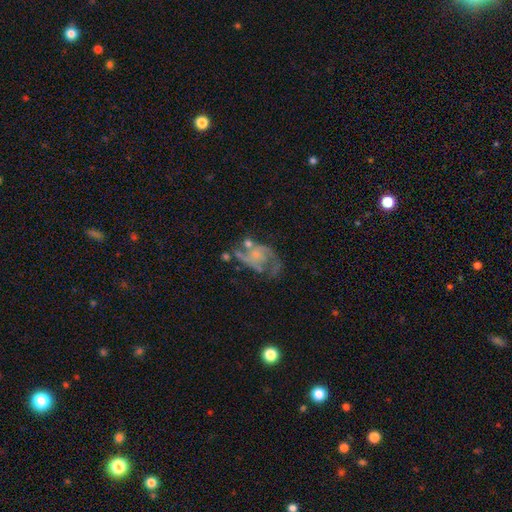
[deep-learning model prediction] Smooth or featured: featured or disk — 79% (smooth — 13%)
Edge-on disk: no — 98% (yes — 2%)
Bar: no — 74% (weak — 22%)
Spiral arms: yes — 83% (no — 17%)
Spiral winding: medium — 43% (loose — 41%)
Spiral arm count: 2 — 61% (can't tell — 15%)
Bulge size: small — 55% (none — 27%)
Merging: none — 35% (major disturbance — 32%)